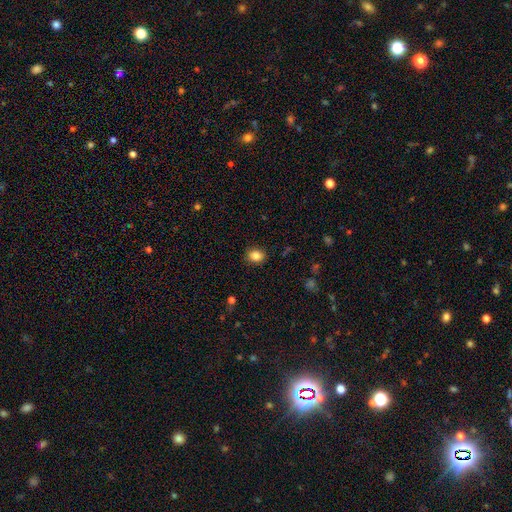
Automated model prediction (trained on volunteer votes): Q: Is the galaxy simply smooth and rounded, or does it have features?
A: smooth — 85%.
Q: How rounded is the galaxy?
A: round — 54%.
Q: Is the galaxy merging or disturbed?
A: none — 89%.